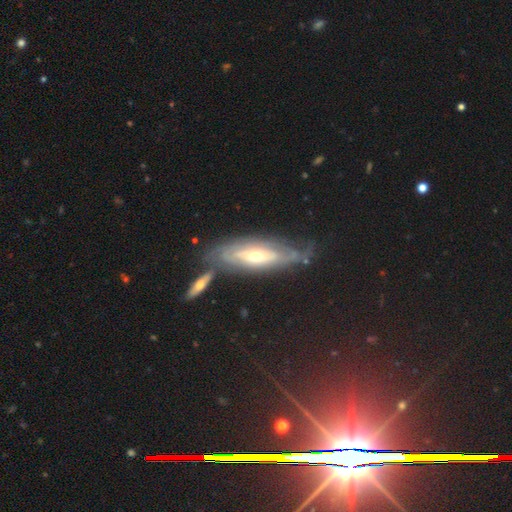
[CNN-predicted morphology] The model was most divided on "edge-on disk": no: 65%, yes: 35%. More confident: smooth or featured — featured or disk (71%); merging — none (56%).